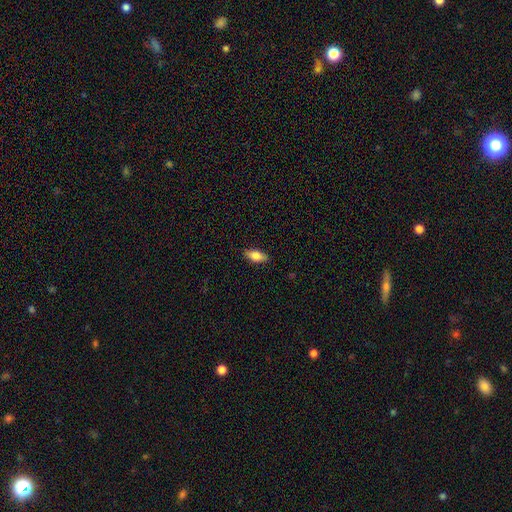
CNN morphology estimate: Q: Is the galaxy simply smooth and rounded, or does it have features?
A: smooth — 80%.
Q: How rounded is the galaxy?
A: in between — 83%.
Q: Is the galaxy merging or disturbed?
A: none — 87%.